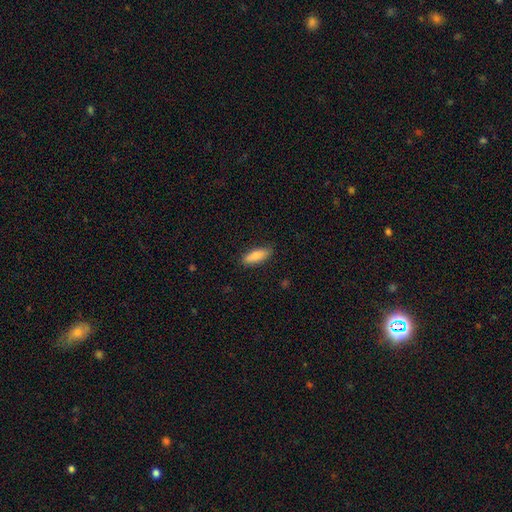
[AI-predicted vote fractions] Smooth or featured: smooth — 84% (featured or disk — 10%)
How rounded: in between — 61% (cigar-shaped — 37%)
Merging: none — 87% (minor disturbance — 10%)